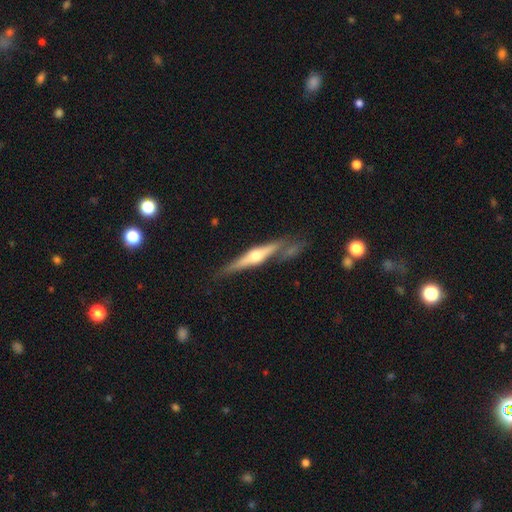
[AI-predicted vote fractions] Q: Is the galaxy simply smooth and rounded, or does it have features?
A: featured or disk — 71%.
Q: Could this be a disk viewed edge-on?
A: yes — 96%.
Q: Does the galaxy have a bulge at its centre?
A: rounded — 90%.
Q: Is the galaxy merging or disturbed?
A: none — 72%.